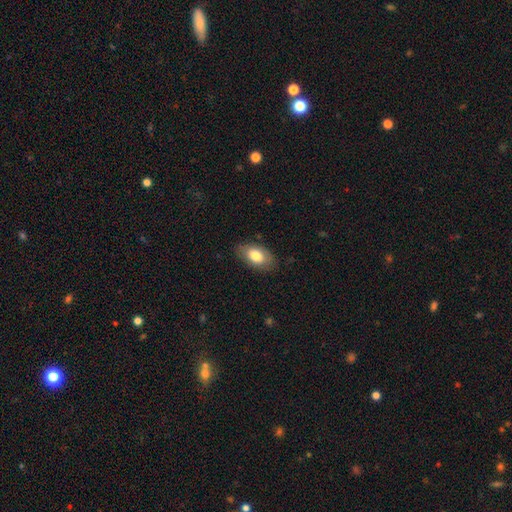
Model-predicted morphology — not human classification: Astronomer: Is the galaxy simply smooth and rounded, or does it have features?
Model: smooth — 77%.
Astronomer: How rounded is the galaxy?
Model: in between — 92%.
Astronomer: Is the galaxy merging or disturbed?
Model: none — 80%.